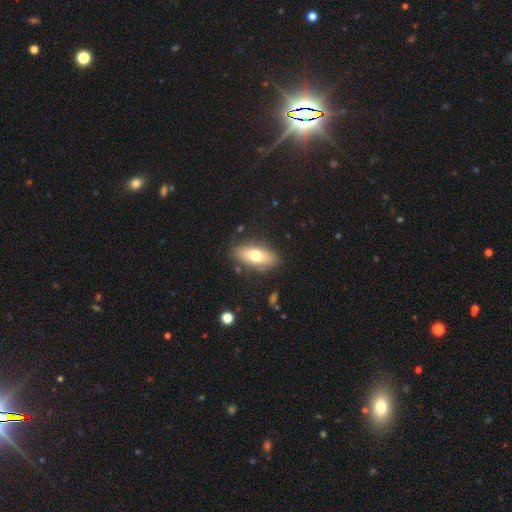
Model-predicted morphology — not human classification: A smooth galaxy with no disk features (69%) that is in between round and cigar-shaped (82%). Merging: none (83%).